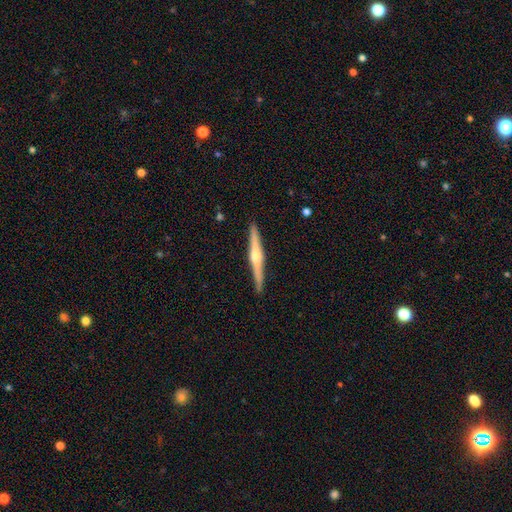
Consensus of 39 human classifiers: smooth_or_featured: featured or disk (p=0.69) [alt: smooth p=0.26]
disk_edge_on: yes (p=1.00)
edge_on_bulge: rounded (p=1.00)
merging: none (p=0.97) [alt: minor disturbance p=0.03]